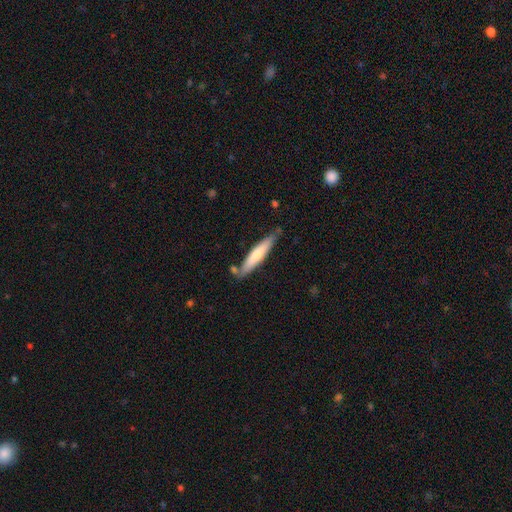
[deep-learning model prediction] smooth_or_featured: smooth (p=0.63) [alt: featured or disk p=0.33]
how_rounded: cigar-shaped (p=0.87) [alt: in between p=0.11]
merging: none (p=0.76) [alt: minor disturbance p=0.15]